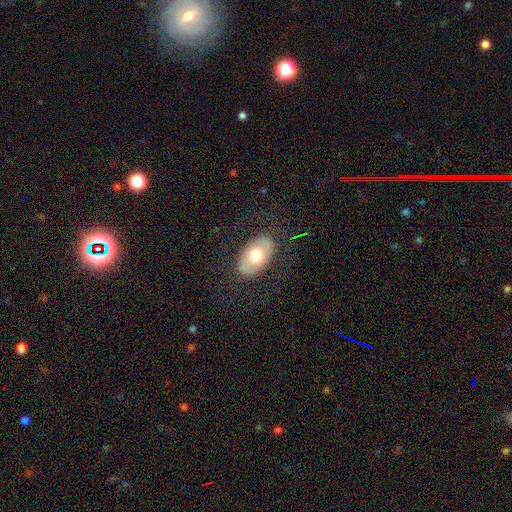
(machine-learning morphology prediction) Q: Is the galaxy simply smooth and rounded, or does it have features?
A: smooth — 61%.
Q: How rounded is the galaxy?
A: in between — 92%.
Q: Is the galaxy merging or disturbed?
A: none — 80%.